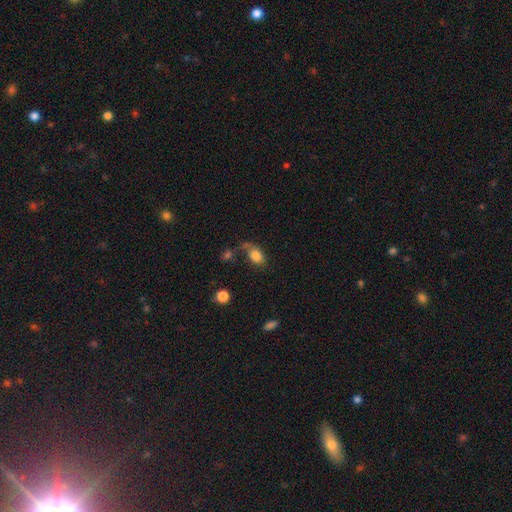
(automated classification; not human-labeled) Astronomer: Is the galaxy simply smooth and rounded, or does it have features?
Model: smooth — 78%.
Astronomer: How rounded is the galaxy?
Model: in between — 76%.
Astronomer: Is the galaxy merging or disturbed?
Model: none — 41% (runner-up: major disturbance, 23%).